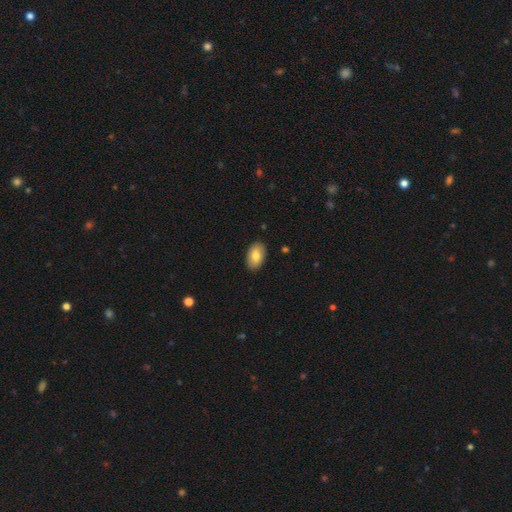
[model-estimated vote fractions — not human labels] This is likely a smooth galaxy (79%). How rounded: clearly in between (93%). Merging: clearly none (89%).